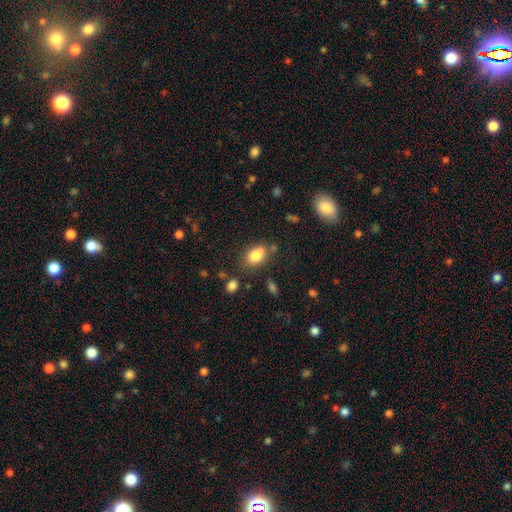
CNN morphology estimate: Q: Smooth or featured?
A: smooth (82%); runner-up: featured or disk (9%)
Q: How rounded?
A: in between (81%); runner-up: round (17%)
Q: Merging?
A: none (66%); runner-up: minor disturbance (19%)